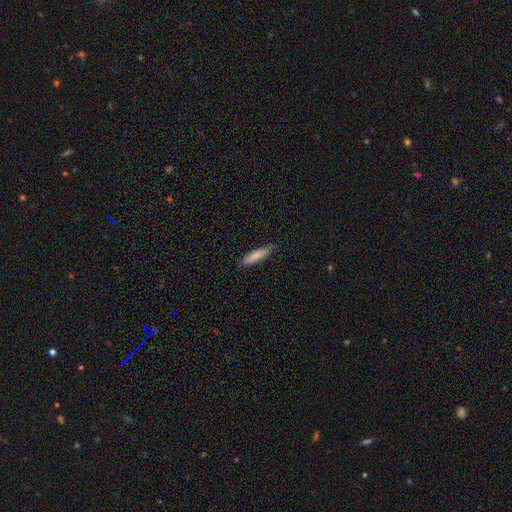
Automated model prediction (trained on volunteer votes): A smooth galaxy with no disk features (81%) that is cigar-shaped (77%). Merging: none (83%).